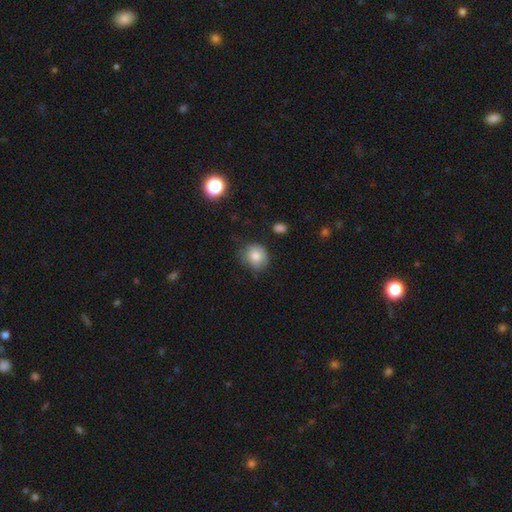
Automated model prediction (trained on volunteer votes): Overall: smooth (81%). How rounded: round (73%). Merging: none (63%; minor disturbance 28%).